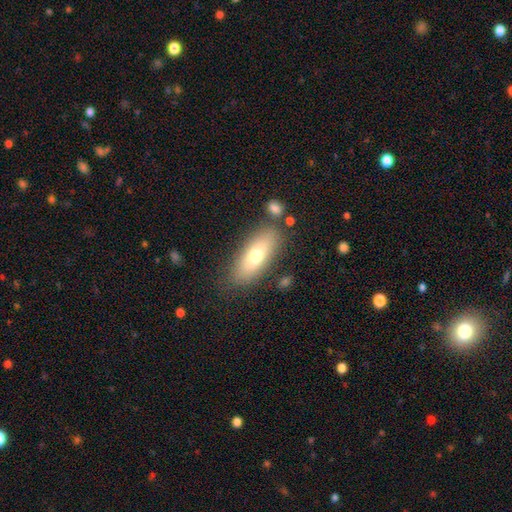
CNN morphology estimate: Smooth or featured? Predicted: smooth (p=0.69). How rounded? Predicted: in between (p=0.73). Merging? Predicted: none (p=0.79).